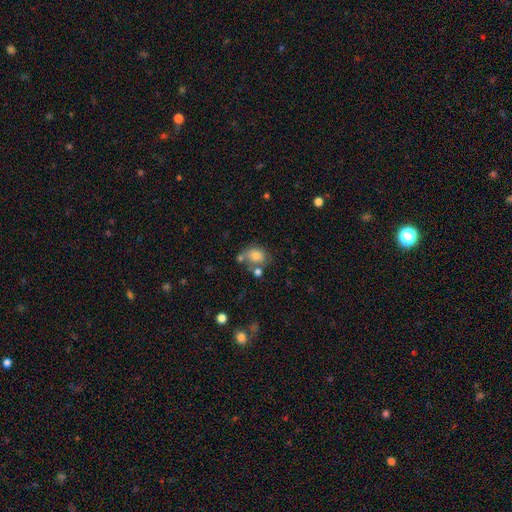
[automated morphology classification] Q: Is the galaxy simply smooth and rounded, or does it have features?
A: smooth — 75%.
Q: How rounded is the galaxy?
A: in between — 57%.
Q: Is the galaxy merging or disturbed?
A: none — 48%.